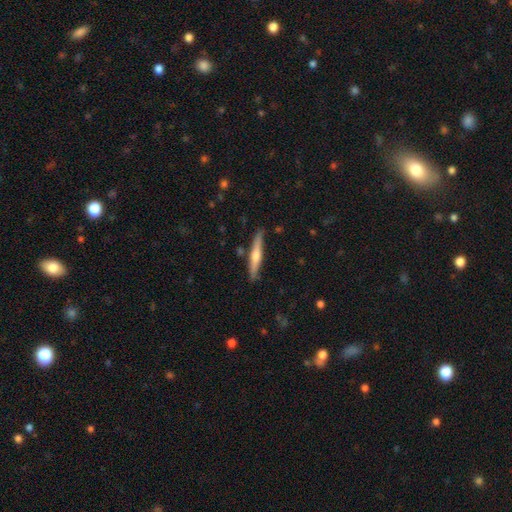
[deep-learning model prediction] A featured or disk galaxy (53%) viewed edge-on (96%) with a rounded central bulge (79%).

Vote fractions:
- Smooth or featured? featured or disk: 53% / smooth: 42% / star or artifact: 5%
- Edge-on disk? yes: 96% / no: 4%
- Edge-on bulge? rounded: 79% / none: 13% / boxy: 7%
- Merging? none: 86% / minor disturbance: 10% / merger: 2% / major disturbance: 2%